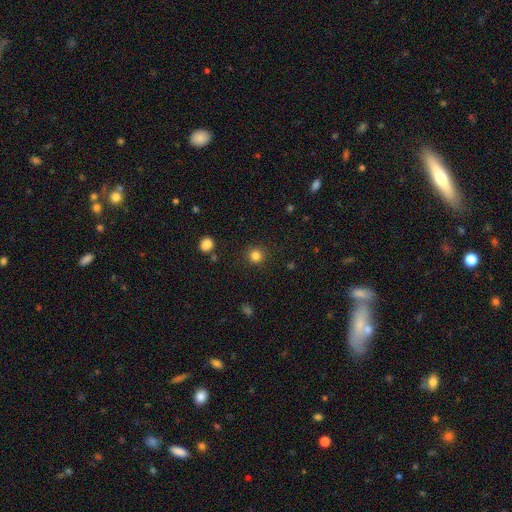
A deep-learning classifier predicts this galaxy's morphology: This is clearly a smooth galaxy (82%). How rounded: clearly round (94%). Merging: clearly none (90%).